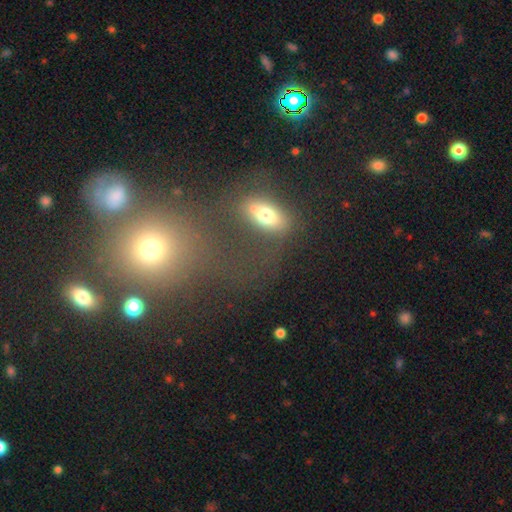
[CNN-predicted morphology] Smooth or featured? smooth (51%)
How rounded? in between (57%)
Merging? none (46%)